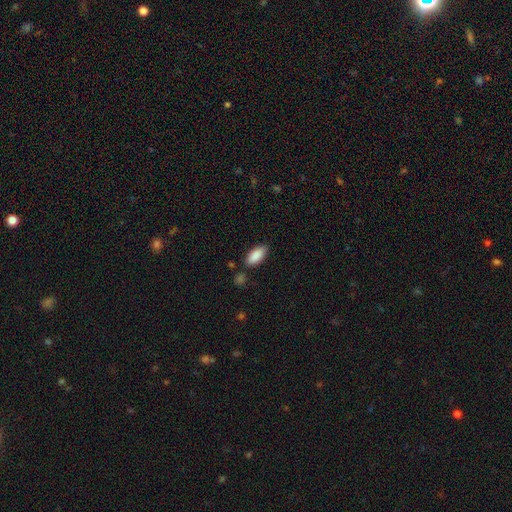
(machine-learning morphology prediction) smooth 89%, star or artifact 6%, featured or disk 5%. Down the decision tree: how rounded — in between (87%); merging — none (80%).